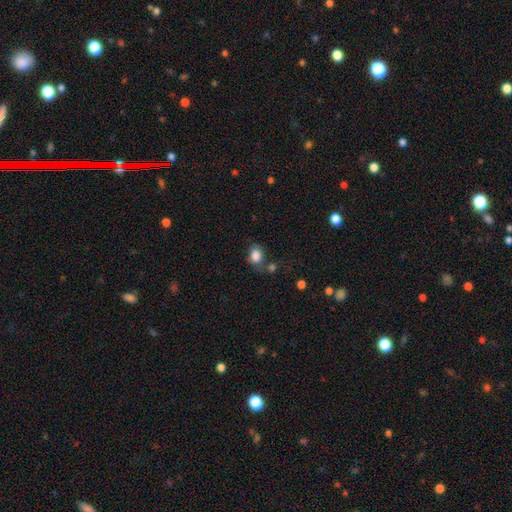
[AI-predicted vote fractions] Q: Smooth or featured?
A: smooth (83%); runner-up: star or artifact (9%)
Q: How rounded?
A: in between (64%); runner-up: round (35%)
Q: Merging?
A: none (51%); runner-up: merger (20%)